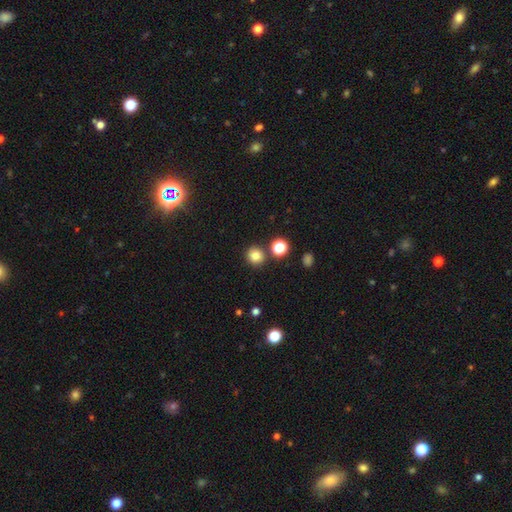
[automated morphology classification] smooth-or-featured: smooth: 81% | star or artifact: 13% | featured or disk: 6%
  how-rounded: round: 87% | in between: 12% | cigar-shaped: 1%
  merging: none: 83% | minor disturbance: 7% | merger: 7% | major disturbance: 2%